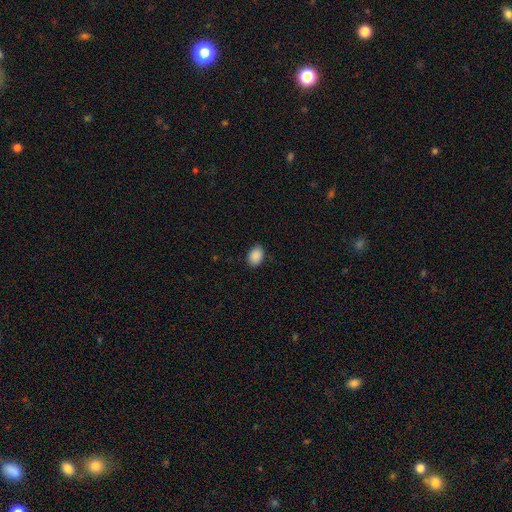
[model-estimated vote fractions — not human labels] Overall: smooth (90%). How rounded: in between (78%). Merging: none (87%).